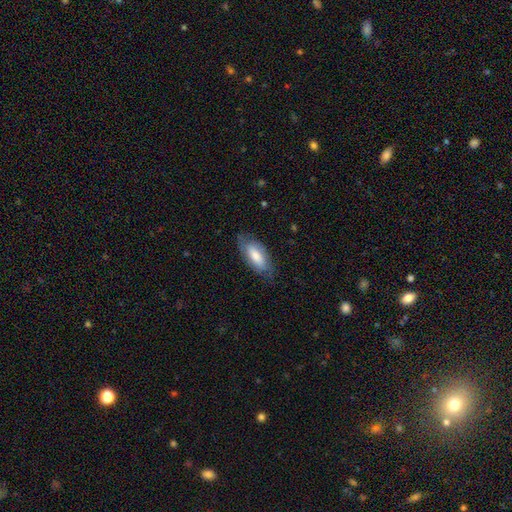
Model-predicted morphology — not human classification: Smooth or featured: smooth — 70% (featured or disk — 24%)
How rounded: in between — 84% (cigar-shaped — 14%)
Merging: none — 72% (minor disturbance — 21%)